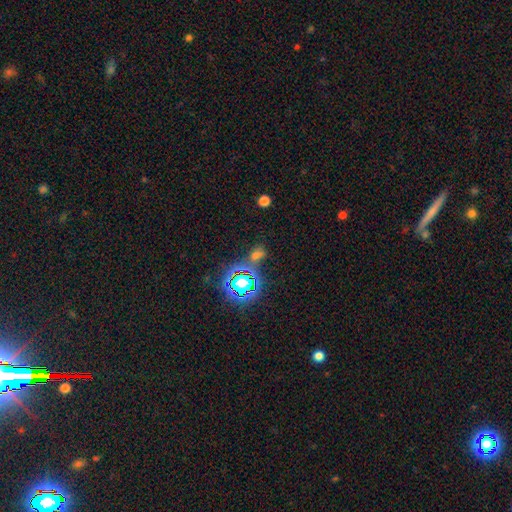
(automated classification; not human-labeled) Smooth or featured? star or artifact (48%)